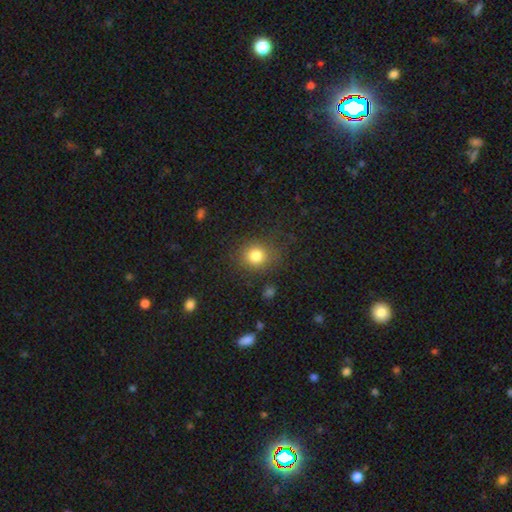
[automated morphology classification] Smooth or featured: smooth — 80% (star or artifact — 13%)
How rounded: round — 81% (in between — 18%)
Merging: none — 80% (minor disturbance — 12%)